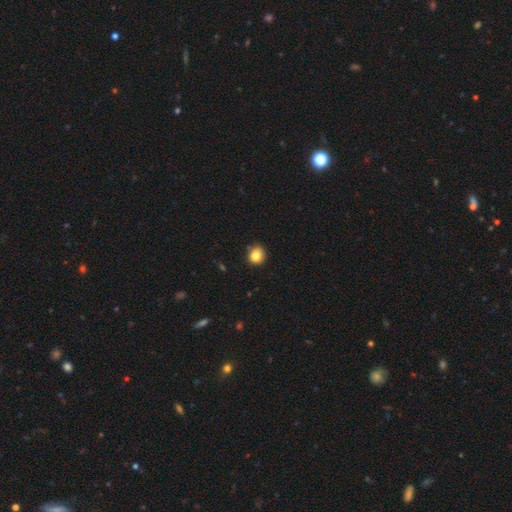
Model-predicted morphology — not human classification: Overall: smooth (83%). How rounded: round (81%). Merging: none (83%).